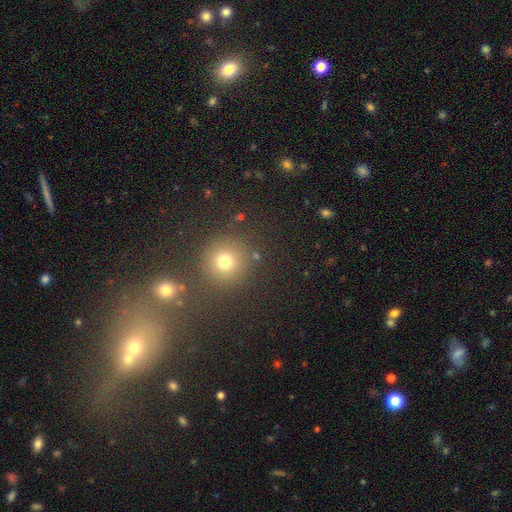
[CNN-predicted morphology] smooth 64%, star or artifact 28%, featured or disk 8%. Down the decision tree: how rounded — round (92%); merging — none (83%).